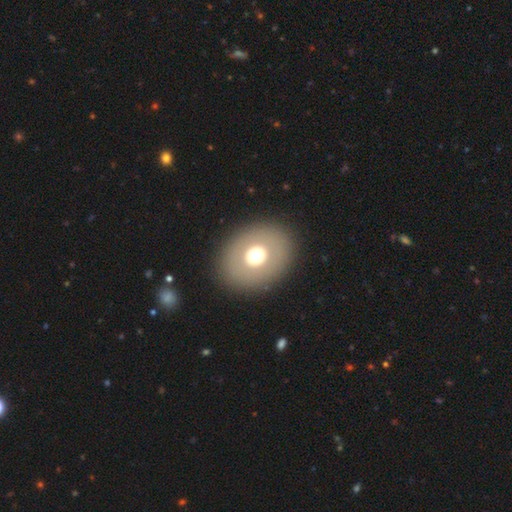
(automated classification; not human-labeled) Smooth or featured? Predicted: smooth (p=0.61). How rounded? Predicted: in between (p=0.52). Merging? Predicted: none (p=0.88).